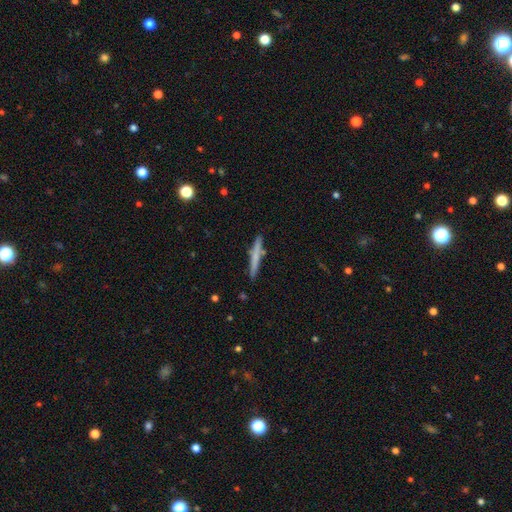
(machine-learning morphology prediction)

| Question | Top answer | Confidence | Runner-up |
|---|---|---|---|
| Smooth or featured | smooth | 59% | featured or disk (35%) |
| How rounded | cigar-shaped | 95% | in between (3%) |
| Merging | none | 85% | minor disturbance (9%) |